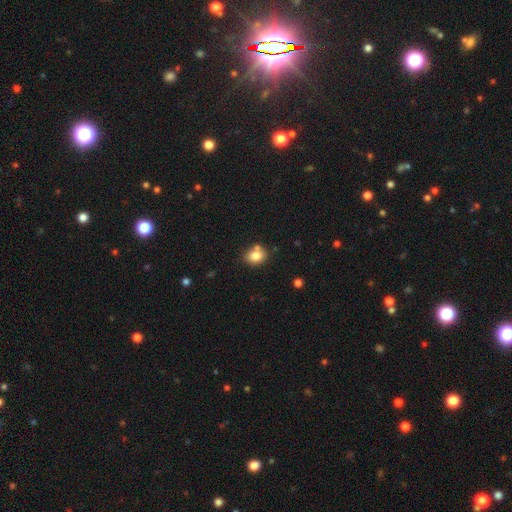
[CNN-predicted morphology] Overall: smooth (81%). How rounded: round (53%; in between 46%). Merging: none (67%).